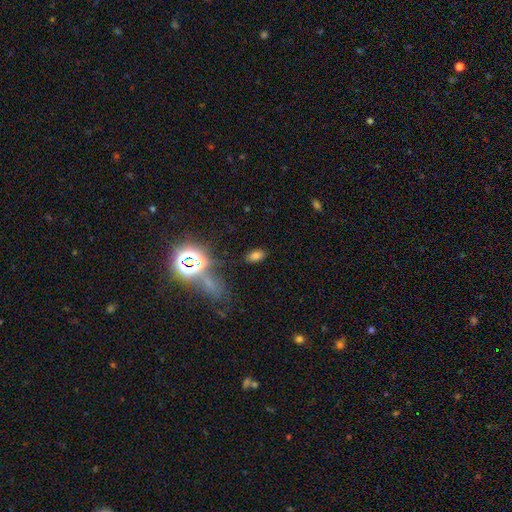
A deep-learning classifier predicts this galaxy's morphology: Smooth or featured? Predicted: smooth (p=0.65). How rounded? Predicted: in between (p=0.90). Merging? Predicted: none (p=0.83).